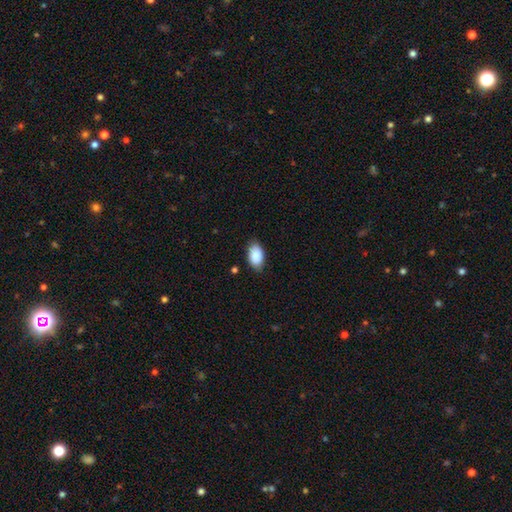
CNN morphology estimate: A smooth galaxy with no disk features (90%) that is in between round and cigar-shaped (94%).

Vote fractions:
- Smooth or featured? smooth: 90% / star or artifact: 6% / featured or disk: 4%
- How rounded? in between: 94% / round: 4% / cigar-shaped: 2%
- Merging? none: 83% / minor disturbance: 13% / major disturbance: 2% / merger: 1%